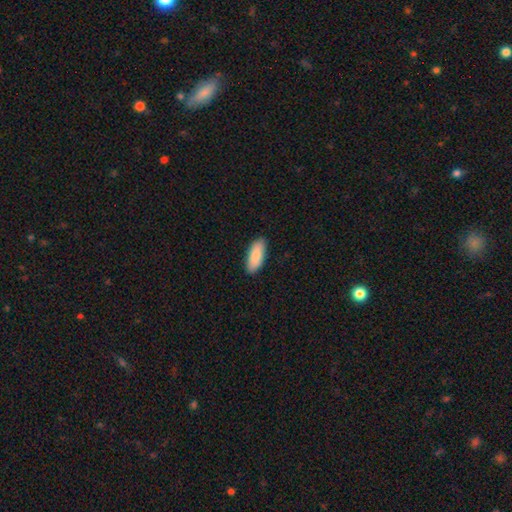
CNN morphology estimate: A smooth galaxy with no disk features (86%) that is in between round and cigar-shaped (78%). Merging: none (88%).